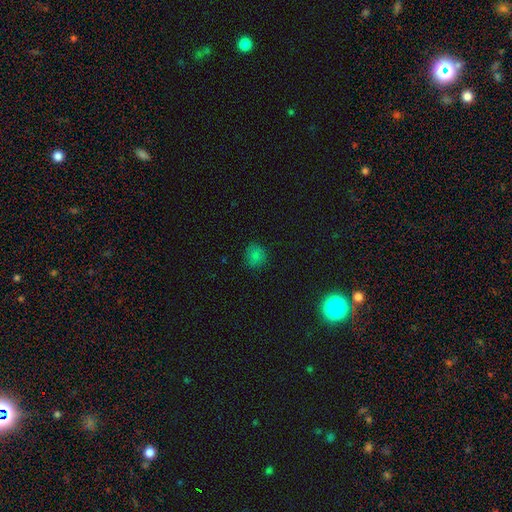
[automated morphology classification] Q: Smooth or featured?
A: smooth (79%); runner-up: star or artifact (15%)
Q: How rounded?
A: round (82%); runner-up: in between (17%)
Q: Merging?
A: none (81%); runner-up: minor disturbance (15%)